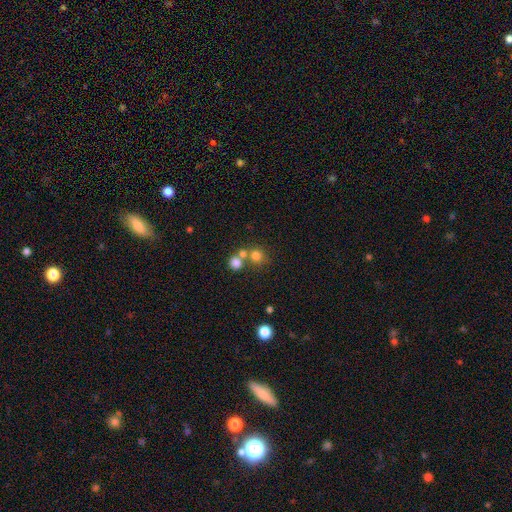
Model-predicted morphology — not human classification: type=smooth (75%); roundness=round (86%); merging=none (53%).